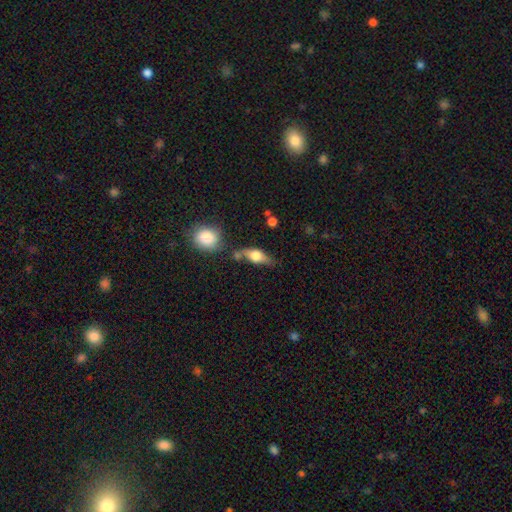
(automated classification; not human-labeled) Smooth or featured? Predicted: smooth (p=0.54). How rounded? Predicted: in between (p=0.65). Merging? Predicted: none (p=0.55).